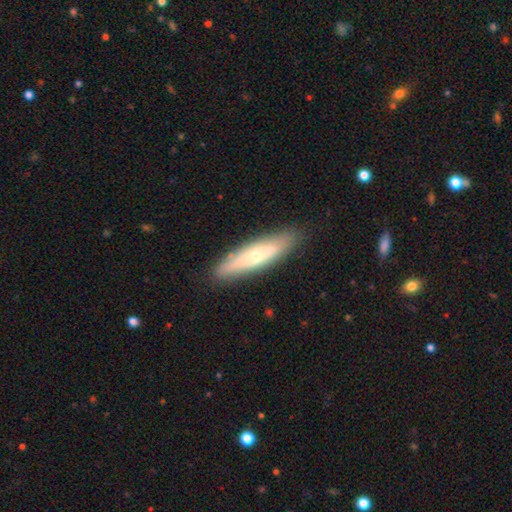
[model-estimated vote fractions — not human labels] Smooth or featured?
  - smooth: 52% *
  - featured or disk: 42%
  - star or artifact: 6%
How rounded?
  - cigar-shaped: 78% *
  - in between: 21%
  - round: 2%
Merging?
  - none: 86% *
  - minor disturbance: 10%
  - major disturbance: 2%
  - merger: 1%